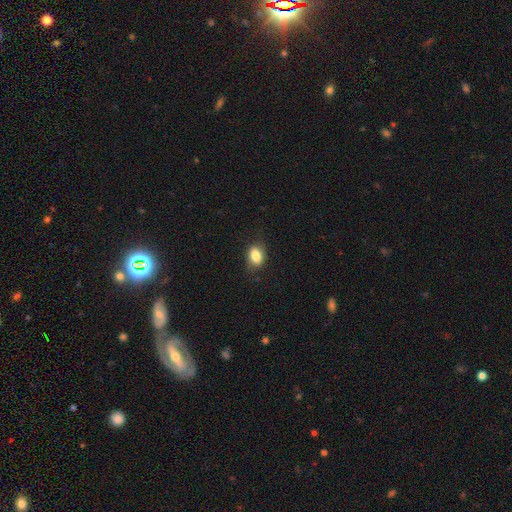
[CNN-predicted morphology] A smooth galaxy with no disk features (82%) that is in between round and cigar-shaped (79%).

Vote fractions:
- Smooth or featured? smooth: 82% / featured or disk: 9% / star or artifact: 8%
- How rounded? in between: 79% / round: 20% / cigar-shaped: 2%
- Merging? none: 75% / minor disturbance: 19% / major disturbance: 5% / merger: 1%